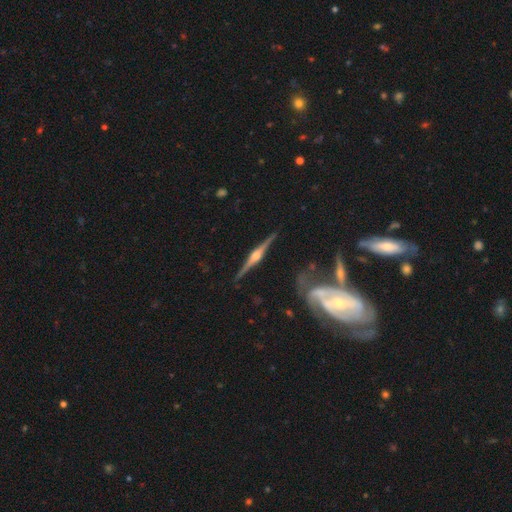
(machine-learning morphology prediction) The model was most divided on "smooth or featured": featured or disk: 87%, smooth: 8%, star or artifact: 5%. More confident: edge-on disk — yes (98%); edge-on bulge — rounded (89%); merging — none (89%).